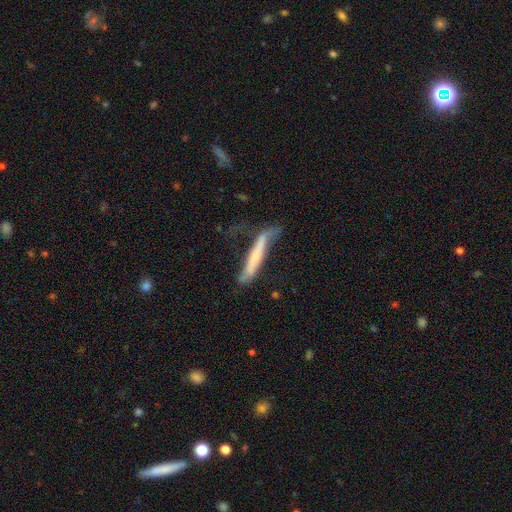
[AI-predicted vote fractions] A smooth galaxy with no disk features (47%). Merging: none (40%).